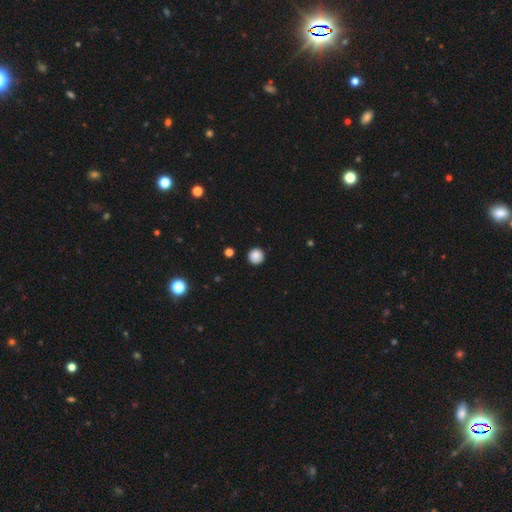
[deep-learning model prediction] Morphology: type=smooth (86%); roundness=round (95%); merging=none (91%).